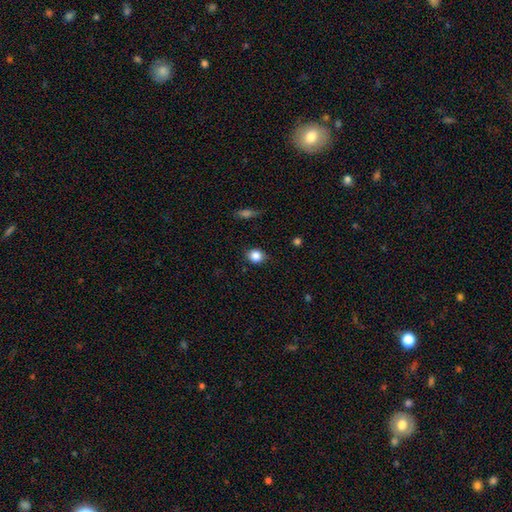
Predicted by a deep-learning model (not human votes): Smooth or featured? Predicted: smooth (p=0.85). How rounded? Predicted: round (p=0.67). Merging? Predicted: none (p=0.82).